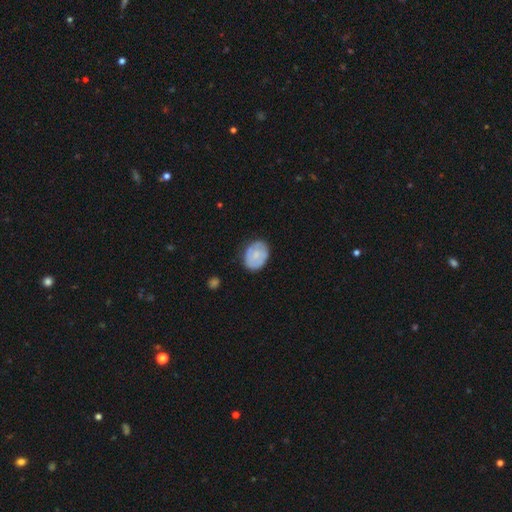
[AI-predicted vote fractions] Smooth or featured: smooth — 59% (featured or disk — 35%)
How rounded: in between — 55% (round — 44%)
Merging: none — 76% (minor disturbance — 19%)